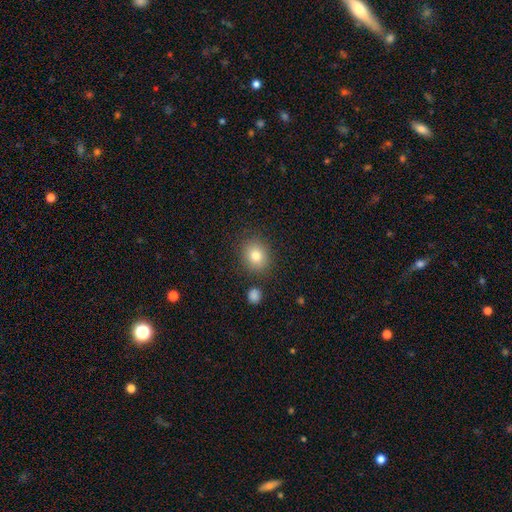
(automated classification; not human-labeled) Smooth or featured? smooth (81%)
How rounded? round (69%)
Merging? none (84%)